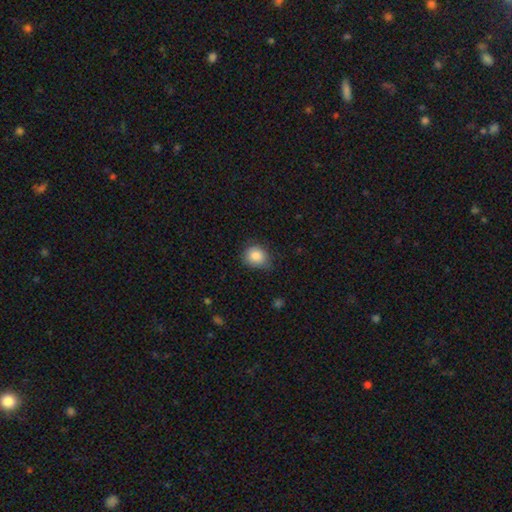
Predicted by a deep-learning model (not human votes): Smooth or featured? smooth (85%)
How rounded? round (75%)
Merging? none (73%)